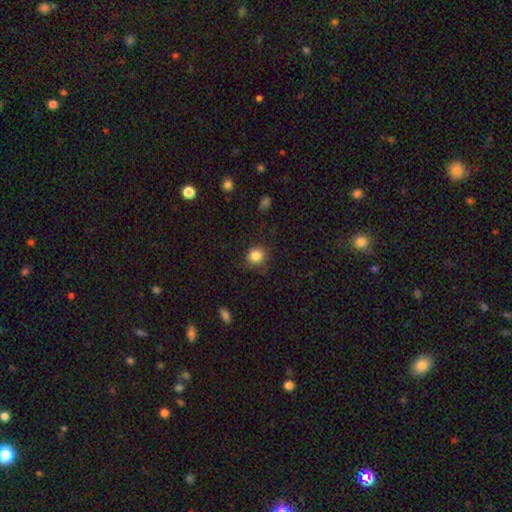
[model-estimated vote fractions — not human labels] This is clearly a smooth galaxy (85%). How rounded: clearly round (85%). Merging: clearly none (82%).